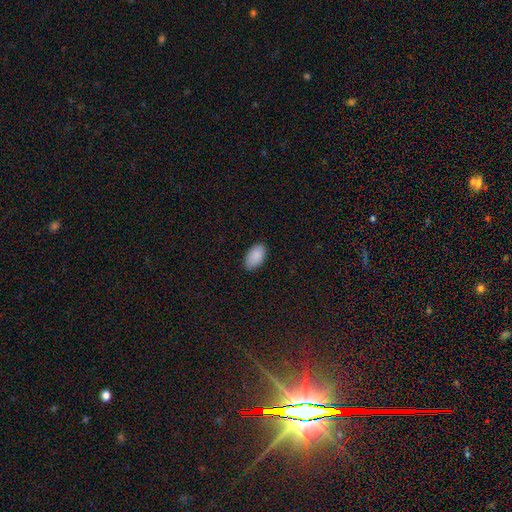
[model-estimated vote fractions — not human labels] Smooth or featured? smooth (89%)
How rounded? in between (95%)
Merging? none (83%)